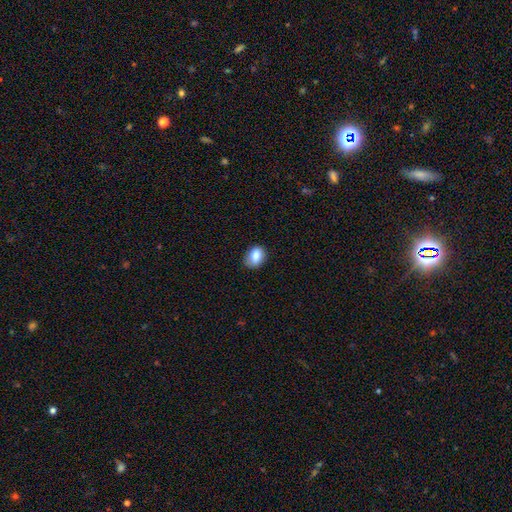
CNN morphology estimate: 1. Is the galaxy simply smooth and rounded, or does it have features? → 82% smooth, 10% featured or disk, 8% star or artifact.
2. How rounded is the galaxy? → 70% in between, 29% round, 1% cigar-shaped.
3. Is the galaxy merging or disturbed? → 76% none, 19% minor disturbance, 4% major disturbance, 1% merger.